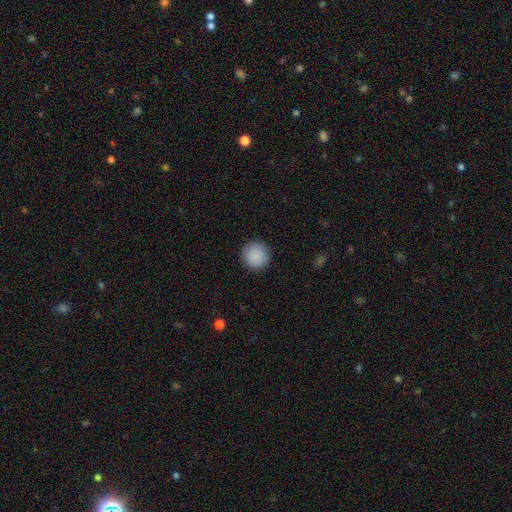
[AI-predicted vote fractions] The model was most divided on "smooth or featured": smooth: 89%, star or artifact: 8%, featured or disk: 3%. More confident: how rounded — round (94%); merging — none (91%).